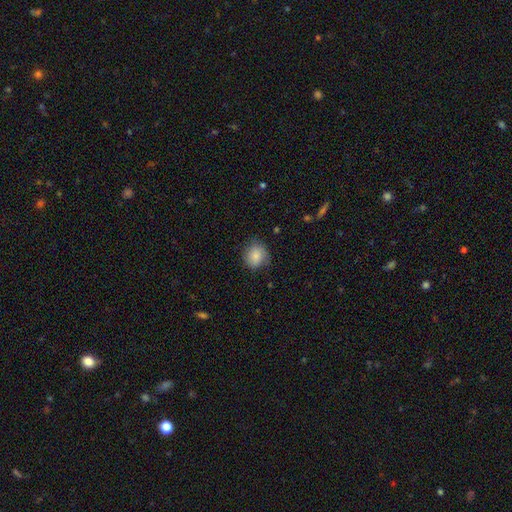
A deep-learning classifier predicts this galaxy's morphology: Overall: smooth (81%). How rounded: round (76%). Merging: none (69%).